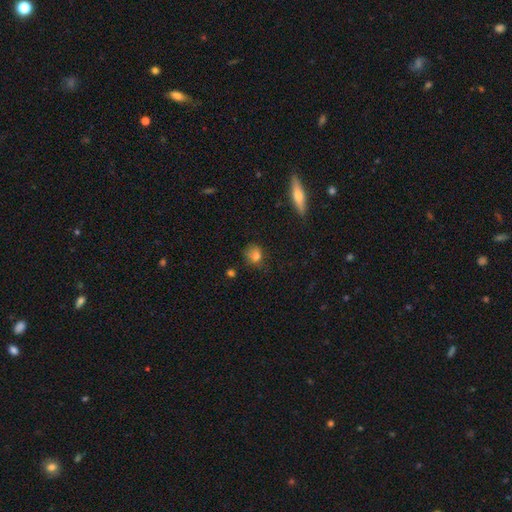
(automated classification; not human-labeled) smooth 77%, star or artifact 13%, featured or disk 11%. Down the decision tree: how rounded — round (61%); merging — none (59%).